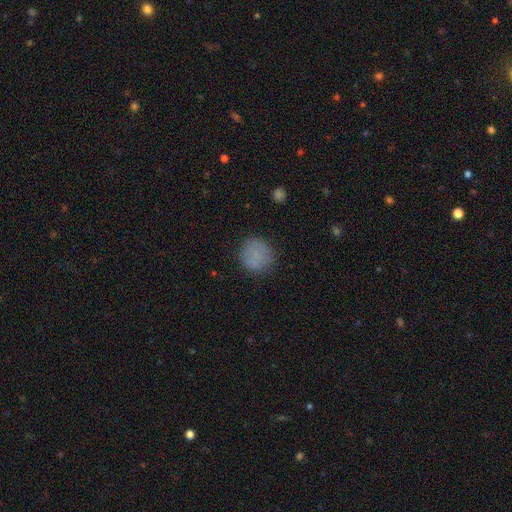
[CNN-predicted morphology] Smooth or featured? Predicted: smooth (p=0.81). How rounded? Predicted: round (p=0.91). Merging? Predicted: none (p=0.83).